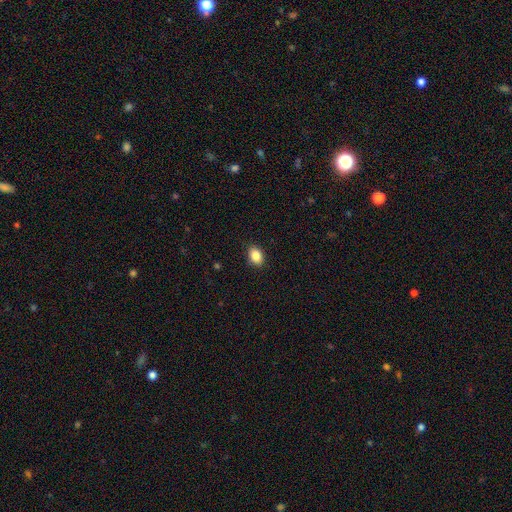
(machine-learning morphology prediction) This appears to be a smooth galaxy with no disk features (87%) that is in between round and cigar-shaped (77%). Merging: none (88%).